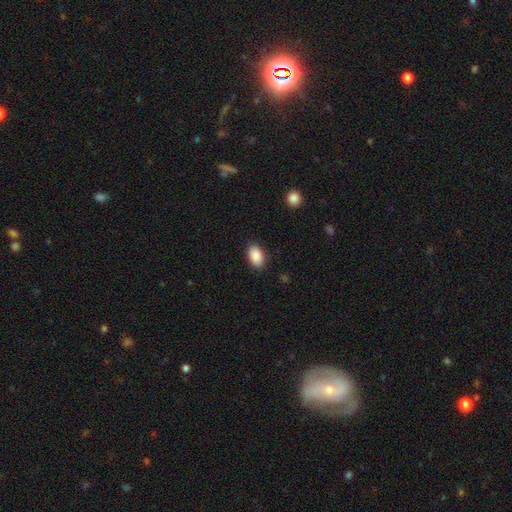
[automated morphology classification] Q: Smooth or featured?
A: smooth (90%); runner-up: star or artifact (7%)
Q: How rounded?
A: in between (92%); runner-up: round (7%)
Q: Merging?
A: none (88%); runner-up: minor disturbance (8%)